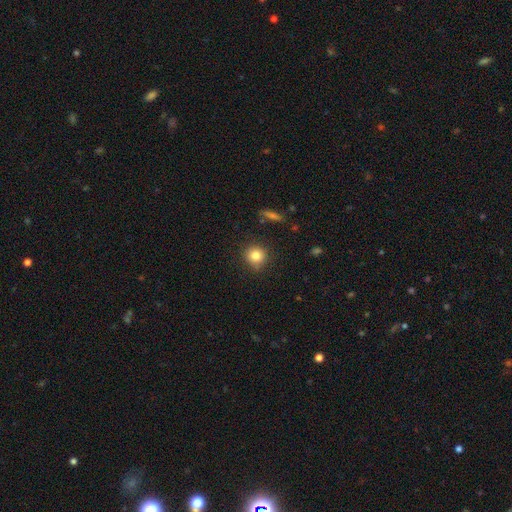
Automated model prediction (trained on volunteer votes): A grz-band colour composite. It shows a smooth galaxy with no disk features (83%) that is round (90%). Merging: none (84%).